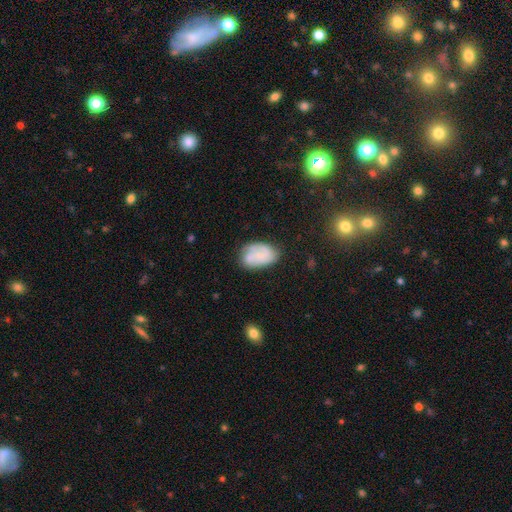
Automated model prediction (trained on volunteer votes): Morphology: type=featured or disk (46%, tied with smooth); merging=none (58%).